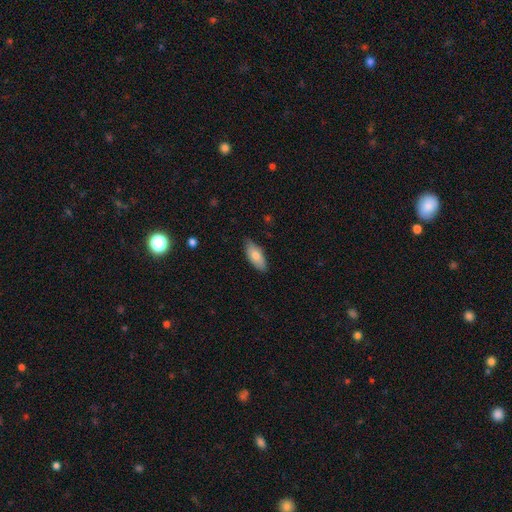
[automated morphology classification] A smooth galaxy with no disk features (78%) that is in between round and cigar-shaped (82%). Merging: none (83%).